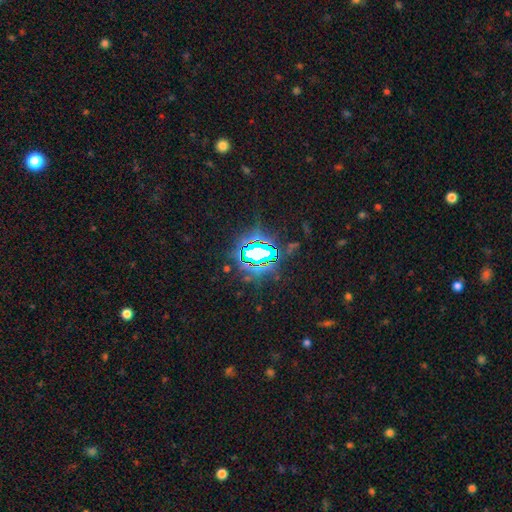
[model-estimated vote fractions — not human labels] smooth-or-featured: star or artifact: 80% | featured or disk: 11% | smooth: 10%